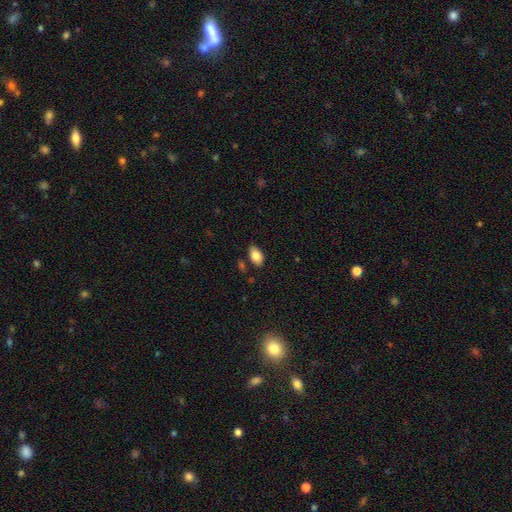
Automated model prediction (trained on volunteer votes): smooth_or_featured: smooth (p=0.85) [alt: star or artifact p=0.08]
how_rounded: in between (p=0.92) [alt: round p=0.06]
merging: none (p=0.81) [alt: minor disturbance p=0.12]